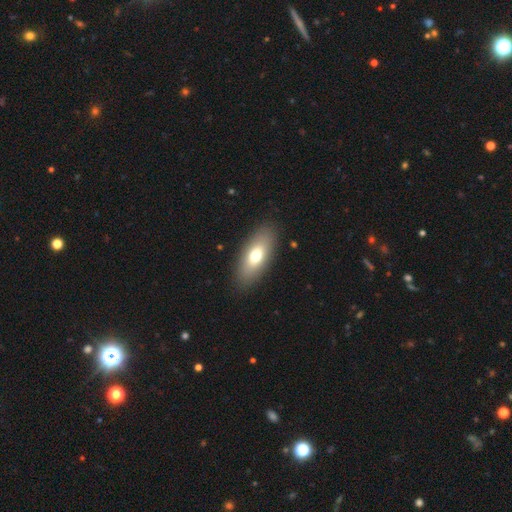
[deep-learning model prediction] This appears to be a smooth galaxy with no disk features (69%) that is in between round and cigar-shaped (83%). Merging: none (87%).